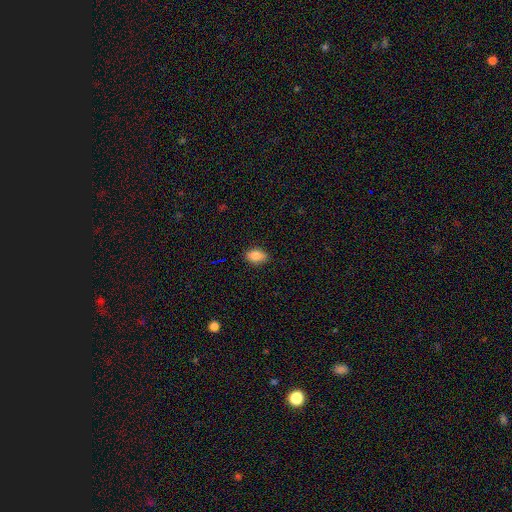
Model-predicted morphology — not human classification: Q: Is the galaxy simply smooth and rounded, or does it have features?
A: smooth — 85%.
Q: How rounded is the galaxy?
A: in between — 86%.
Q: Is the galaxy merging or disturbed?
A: none — 84%.